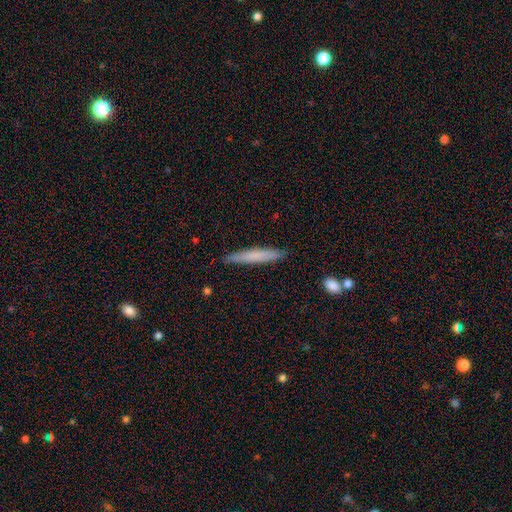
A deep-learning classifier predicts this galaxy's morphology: The model was most divided on "smooth or featured": smooth: 71%, featured or disk: 23%, star or artifact: 6%. More confident: how rounded — cigar-shaped (94%); merging — none (88%).